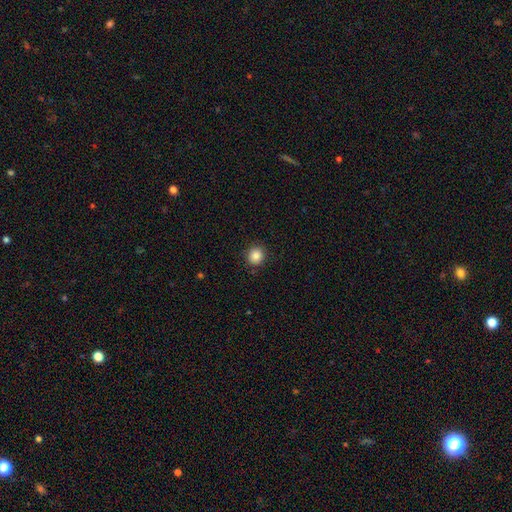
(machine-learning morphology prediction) This is clearly a smooth galaxy (85%). How rounded: clearly round (88%). Merging: clearly none (90%).